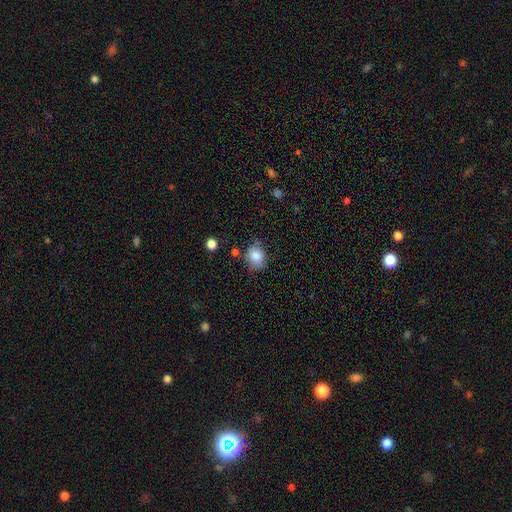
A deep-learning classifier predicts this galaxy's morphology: A smooth galaxy with no disk features (84%) that is round (60%). Merging: none (66%).